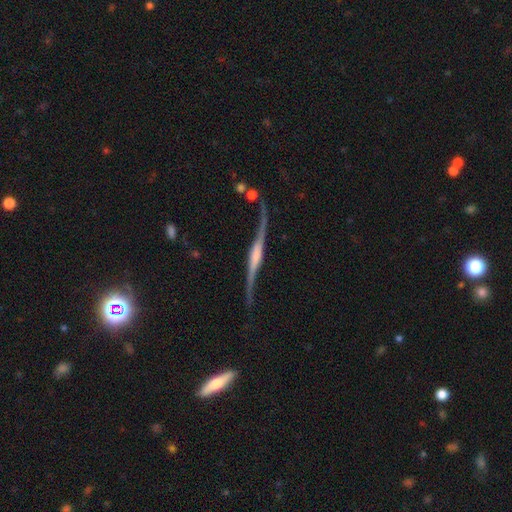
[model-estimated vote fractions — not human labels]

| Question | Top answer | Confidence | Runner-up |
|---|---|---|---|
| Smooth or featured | featured or disk | 84% | smooth (11%) |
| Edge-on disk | yes | 84% | no (16%) |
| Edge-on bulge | rounded | 47% | boxy (36%) |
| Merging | none | 63% | minor disturbance (20%) |